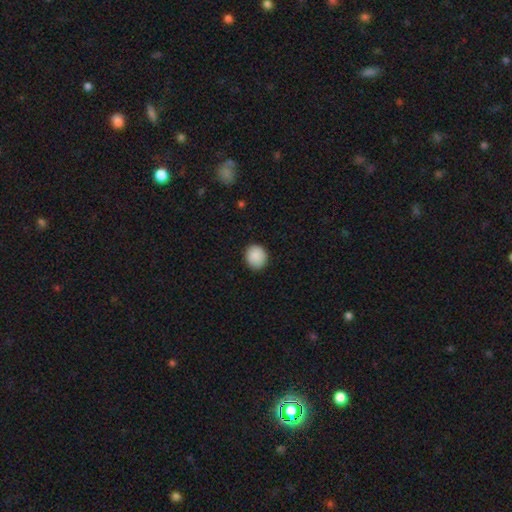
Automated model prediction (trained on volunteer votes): The model was most divided on "how rounded": round: 76%, in between: 23%, cigar-shaped: 1%. More confident: smooth or featured — smooth (90%); merging — none (88%).